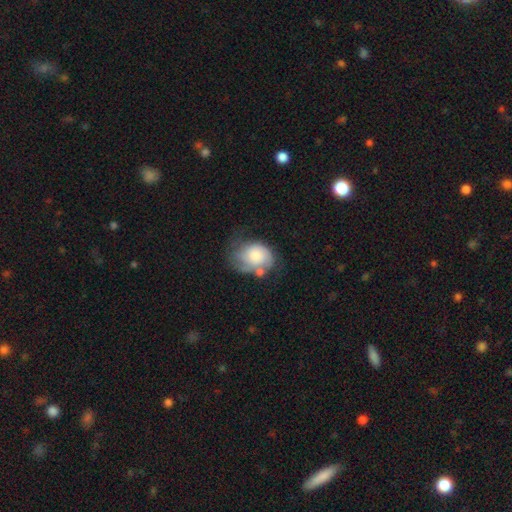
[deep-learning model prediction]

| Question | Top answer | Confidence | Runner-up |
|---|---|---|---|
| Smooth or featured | smooth | 54% | featured or disk (38%) |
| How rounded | in between | 57% | round (42%) |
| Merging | none | 32% | minor disturbance (30%) |